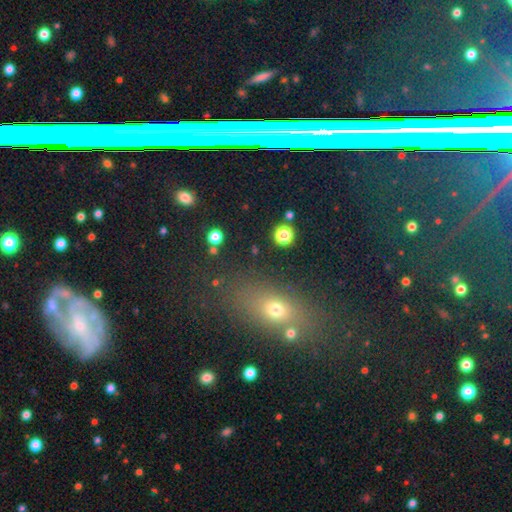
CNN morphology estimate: Smooth or featured? Predicted: smooth (p=0.47). Merging? Predicted: none (p=0.84).